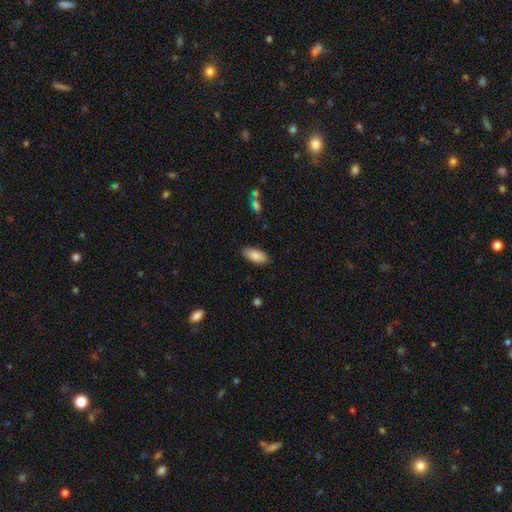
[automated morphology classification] Overall: smooth (87%). How rounded: in between (88%). Merging: none (88%).